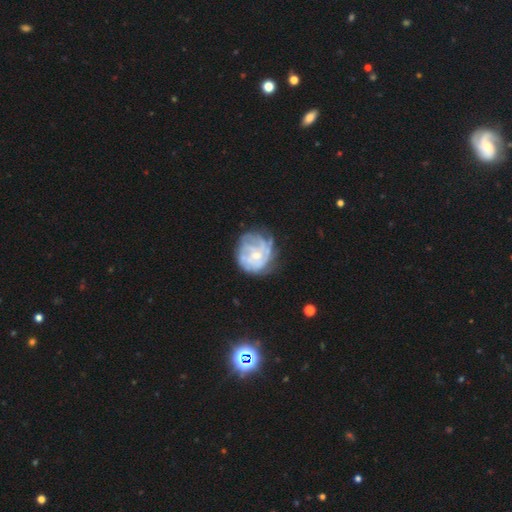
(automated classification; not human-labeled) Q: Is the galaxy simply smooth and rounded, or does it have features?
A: featured or disk — 69%.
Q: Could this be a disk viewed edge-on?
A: no — 98%.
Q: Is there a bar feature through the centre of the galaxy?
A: no — 72%.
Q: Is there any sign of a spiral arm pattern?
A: yes — 68%.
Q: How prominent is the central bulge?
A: small — 44%.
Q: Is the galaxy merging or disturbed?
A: none — 57%.